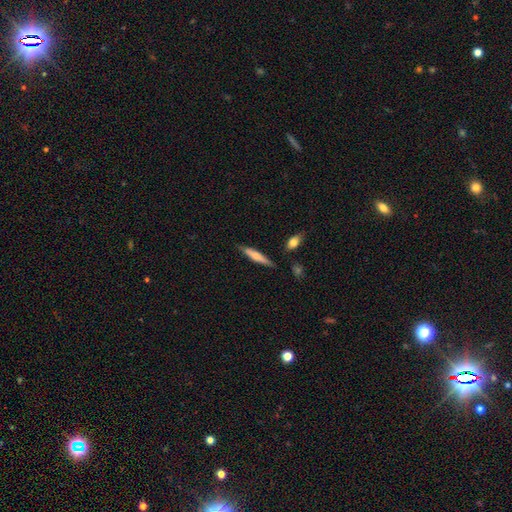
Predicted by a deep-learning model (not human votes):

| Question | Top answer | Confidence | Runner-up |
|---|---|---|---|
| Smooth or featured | smooth | 65% | featured or disk (29%) |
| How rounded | cigar-shaped | 88% | in between (10%) |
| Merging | none | 82% | minor disturbance (12%) |